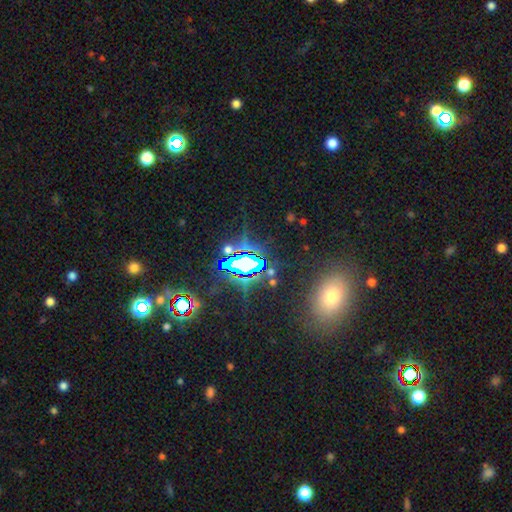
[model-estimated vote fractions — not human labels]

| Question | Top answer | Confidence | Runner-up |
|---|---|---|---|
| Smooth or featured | star or artifact | 76% | smooth (13%) |